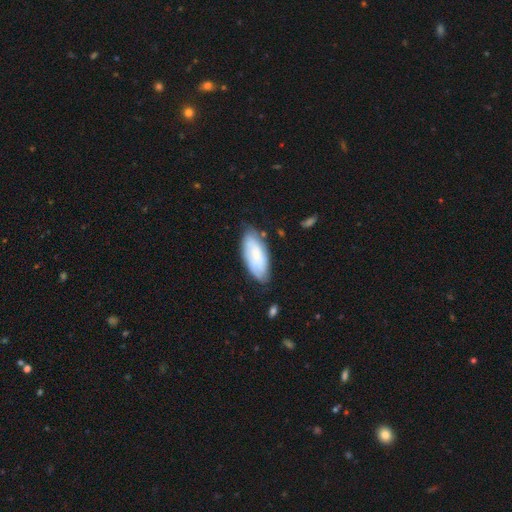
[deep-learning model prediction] A smooth galaxy with no disk features (63%) that is in between round and cigar-shaped (86%). Merging: none (69%).